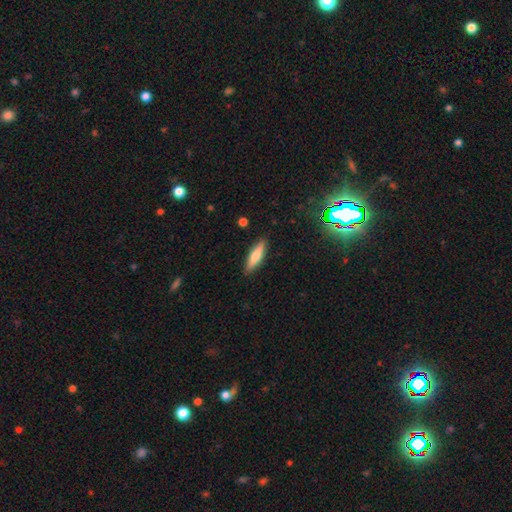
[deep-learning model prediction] This appears to be a smooth galaxy with no disk features (69%) that is cigar-shaped (70%). Merging: none (89%).